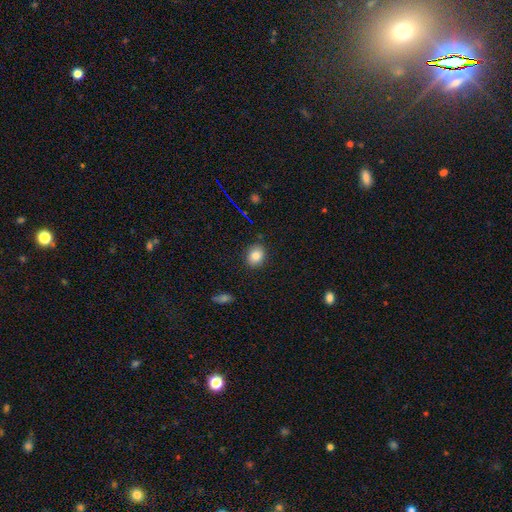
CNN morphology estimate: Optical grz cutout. It shows a smooth galaxy with no disk features (83%) that is in between round and cigar-shaped (56%). Merging: none (86%).